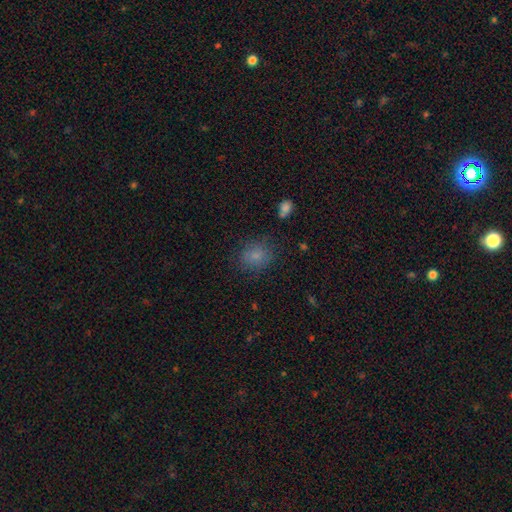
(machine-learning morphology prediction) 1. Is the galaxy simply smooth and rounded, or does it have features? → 79% smooth, 13% star or artifact, 8% featured or disk.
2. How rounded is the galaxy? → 62% round, 37% in between, 1% cigar-shaped.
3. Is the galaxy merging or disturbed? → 78% none, 15% minor disturbance, 5% major disturbance, 2% merger.